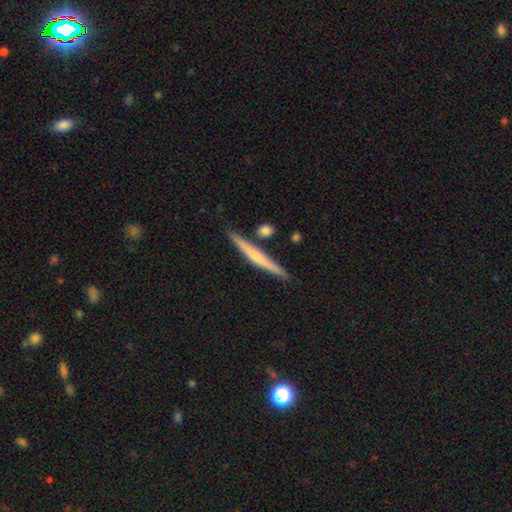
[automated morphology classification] A featured or disk galaxy (52%) viewed edge-on (97%) with no central bulge (48%). Merging: none (82%).